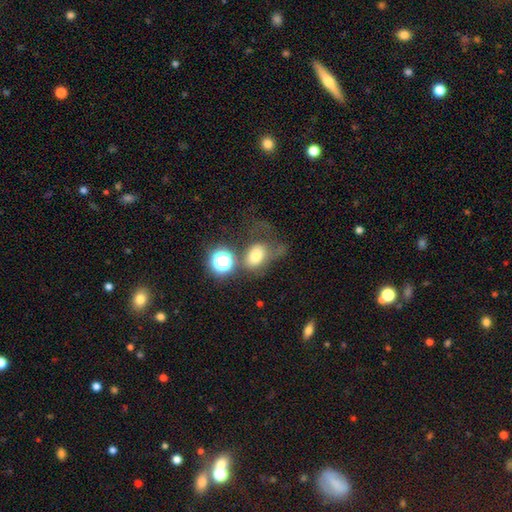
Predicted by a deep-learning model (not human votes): This is likely a smooth galaxy (69%). How rounded: likely in between (65%). Merging: marginally none (33%).